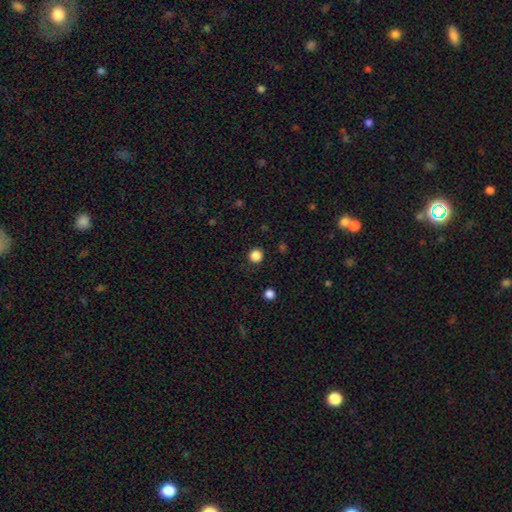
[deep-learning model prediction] smooth-or-featured: smooth: 85% | star or artifact: 12% | featured or disk: 3%
  how-rounded: round: 93% | in between: 6% | cigar-shaped: 1%
  merging: none: 90% | minor disturbance: 7% | major disturbance: 2% | merger: 1%